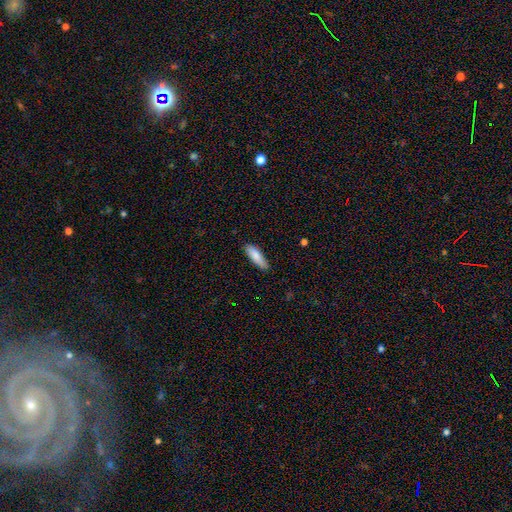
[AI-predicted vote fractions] Smooth or featured? Predicted: smooth (p=0.85). How rounded? Predicted: in between (p=0.49, tied with cigar-shaped). Merging? Predicted: none (p=0.79).